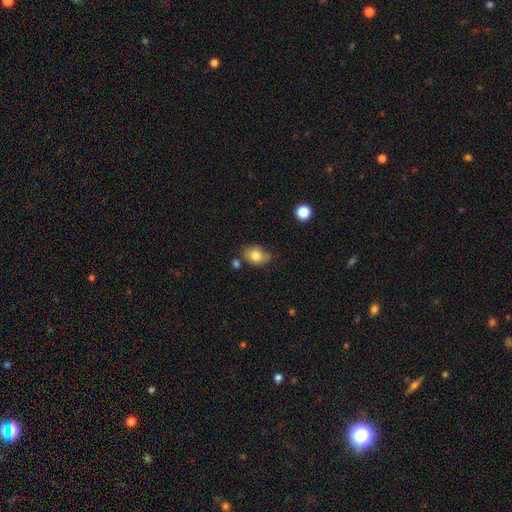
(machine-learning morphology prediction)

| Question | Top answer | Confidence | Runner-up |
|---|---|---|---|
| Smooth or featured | smooth | 78% | featured or disk (13%) |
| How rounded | in between | 75% | round (24%) |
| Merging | none | 63% | minor disturbance (25%) |